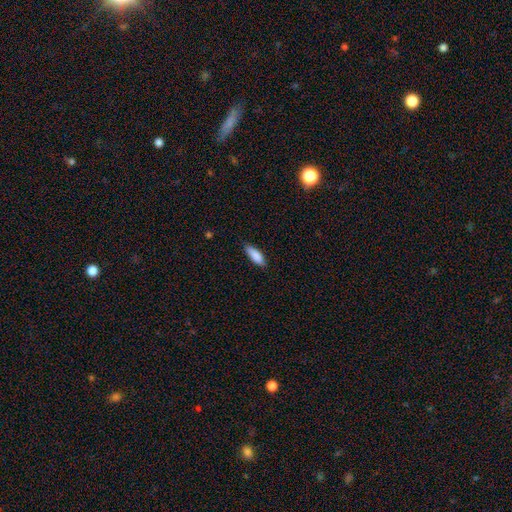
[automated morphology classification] Overall: smooth (87%). How rounded: in between (60%; cigar-shaped 39%). Merging: none (83%).